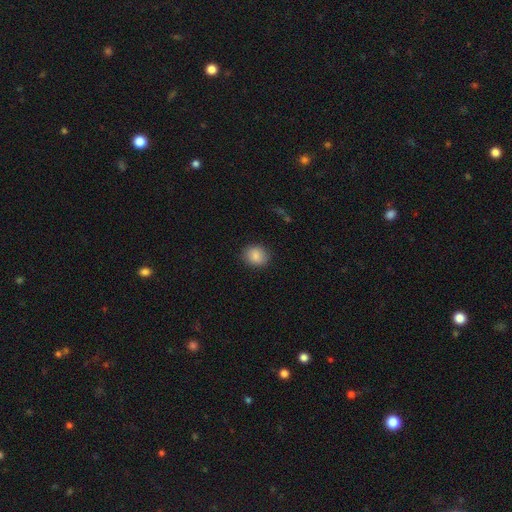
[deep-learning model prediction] This appears to be a smooth galaxy with no disk features (87%) that is round (64%). Merging: none (87%).